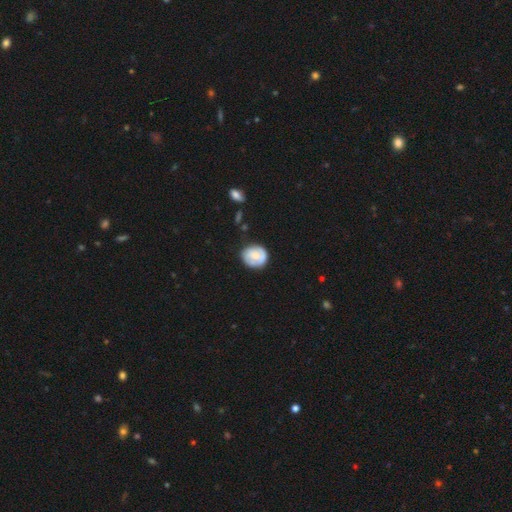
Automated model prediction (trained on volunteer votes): Smooth or featured?
  - smooth: 53% *
  - featured or disk: 40%
  - star or artifact: 6%
How rounded?
  - round: 76% *
  - in between: 23%
  - cigar-shaped: 1%
Merging?
  - none: 69% *
  - minor disturbance: 23%
  - major disturbance: 5%
  - merger: 2%